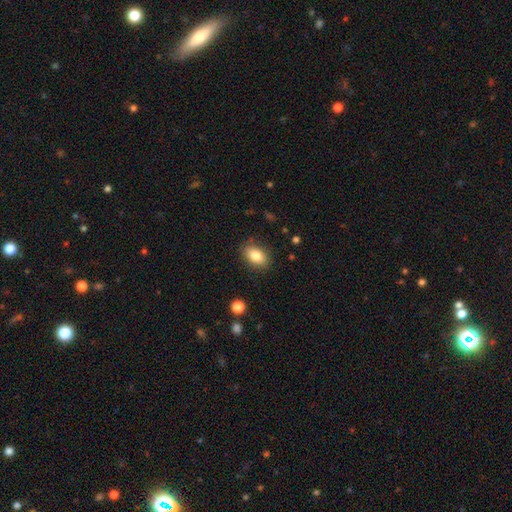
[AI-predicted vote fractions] smooth_or_featured: smooth (p=0.84) [alt: featured or disk p=0.08]
how_rounded: in between (p=0.87) [alt: round p=0.11]
merging: none (p=0.85) [alt: minor disturbance p=0.11]